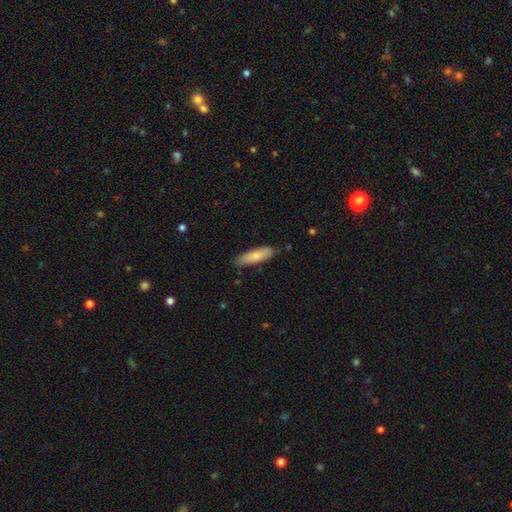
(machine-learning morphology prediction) Smooth or featured? Predicted: smooth (p=0.76). How rounded? Predicted: cigar-shaped (p=0.57). Merging? Predicted: none (p=0.81).